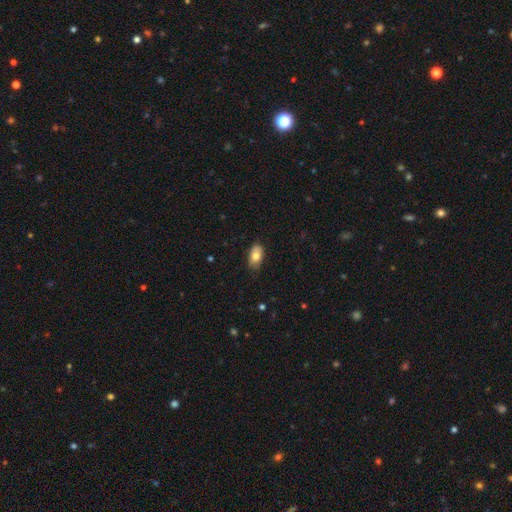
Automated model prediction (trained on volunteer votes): Q: Smooth or featured?
A: smooth (78%); runner-up: featured or disk (15%)
Q: How rounded?
A: in between (92%); runner-up: round (5%)
Q: Merging?
A: none (79%); runner-up: minor disturbance (17%)